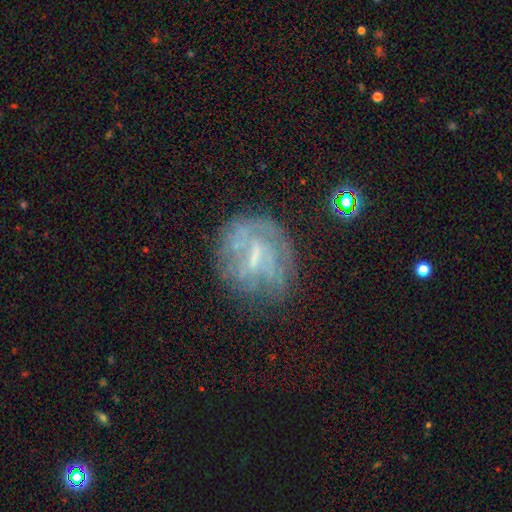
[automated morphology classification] This appears to be a featured or disk galaxy (65%) with a weak bar (47%), spiral arms (50%, tied with no) and a small central bulge (38%). Merging: none (64%).